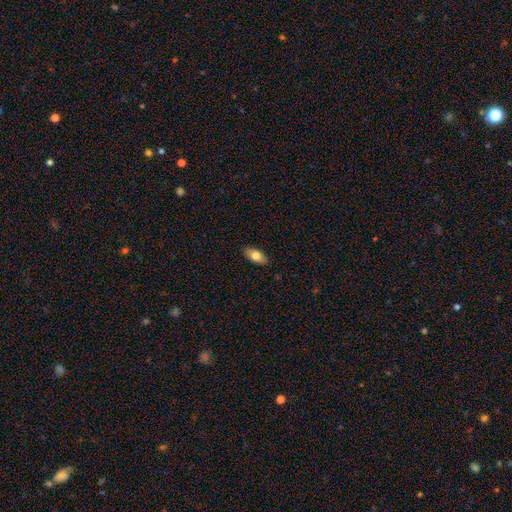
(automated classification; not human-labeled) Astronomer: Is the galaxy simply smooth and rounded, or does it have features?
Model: smooth — 79%.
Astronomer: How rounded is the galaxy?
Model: in between — 89%.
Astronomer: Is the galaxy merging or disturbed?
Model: none — 87%.